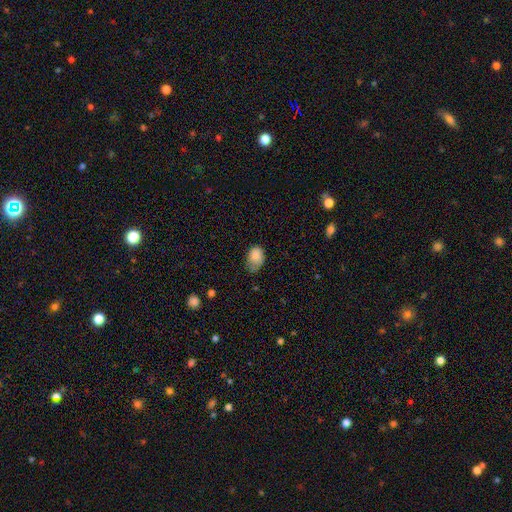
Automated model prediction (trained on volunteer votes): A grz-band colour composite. It shows a smooth galaxy with no disk features (84%) that is in between round and cigar-shaped (80%). Merging: none (43%).